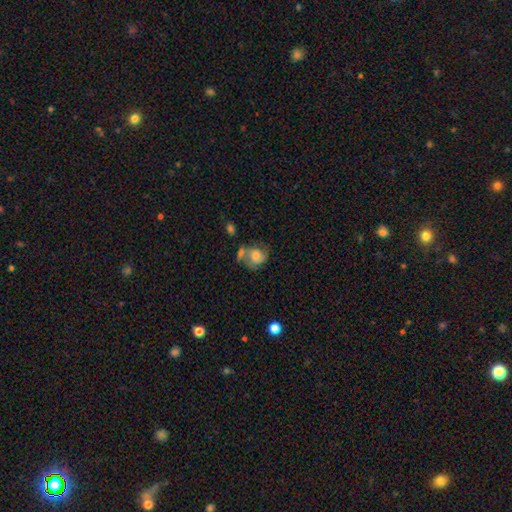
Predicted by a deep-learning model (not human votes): smooth_or_featured: featured or disk (p=0.49) [alt: smooth p=0.42]
merging: none (p=0.43) [alt: minor disturbance p=0.23]